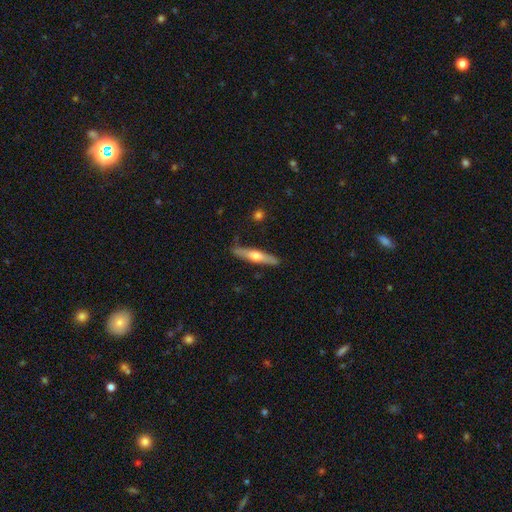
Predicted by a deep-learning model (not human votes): This is possibly a featured or disk galaxy (53%). It is clearly viewed edge-on (94%). Edge-on bulge: clearly rounded (90%). Merging: clearly none (85%).